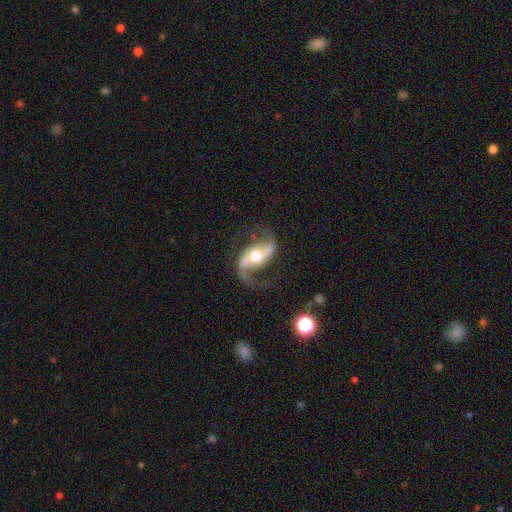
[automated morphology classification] Q: Smooth or featured?
A: featured or disk (90%); runner-up: smooth (5%)
Q: Edge-on disk?
A: no (96%); runner-up: yes (4%)
Q: Bar?
A: strong (45%); runner-up: weak (31%)
Q: Spiral arms?
A: yes (97%); runner-up: no (3%)
Q: Spiral winding?
A: loose (60%); runner-up: medium (33%)
Q: Spiral arm count?
A: 2 (93%); runner-up: 1 (2%)
Q: Bulge size?
A: moderate (70%); runner-up: large (15%)
Q: Merging?
A: none (74%); runner-up: minor disturbance (14%)